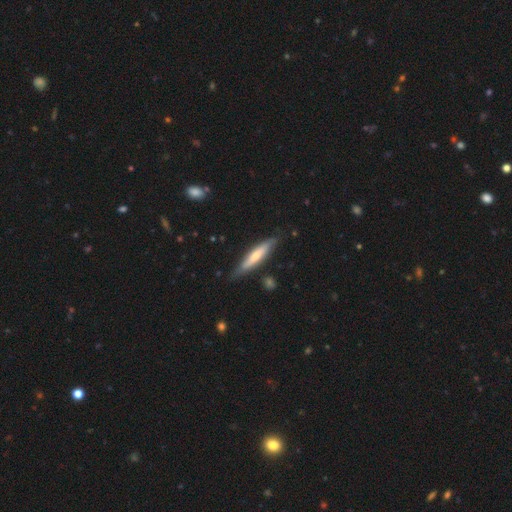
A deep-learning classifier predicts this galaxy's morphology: Q: Smooth or featured?
A: smooth (55%); runner-up: featured or disk (40%)
Q: How rounded?
A: cigar-shaped (85%); runner-up: in between (14%)
Q: Merging?
A: none (76%); runner-up: minor disturbance (18%)